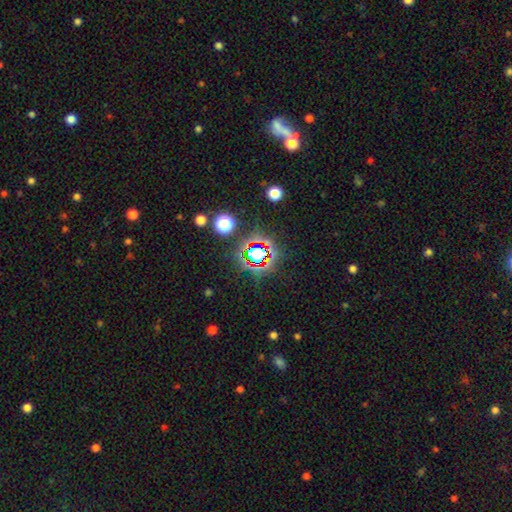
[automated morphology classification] Smooth or featured? Predicted: star or artifact (p=0.67).